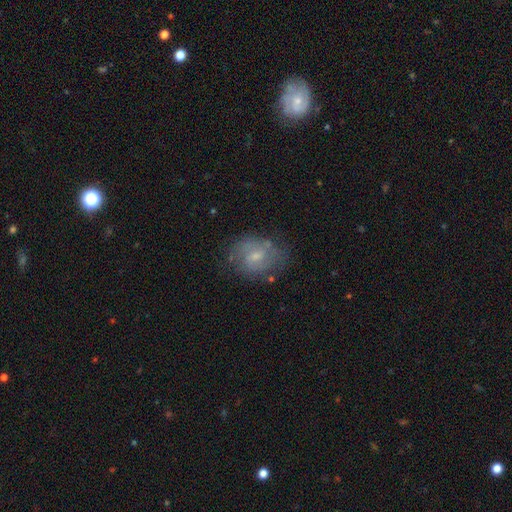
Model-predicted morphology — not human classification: type=featured or disk (59%); edge-on=no (97%); bar=weak (54%); spiral arms=yes (77%); bulge=small (54%); merging=none (68%).